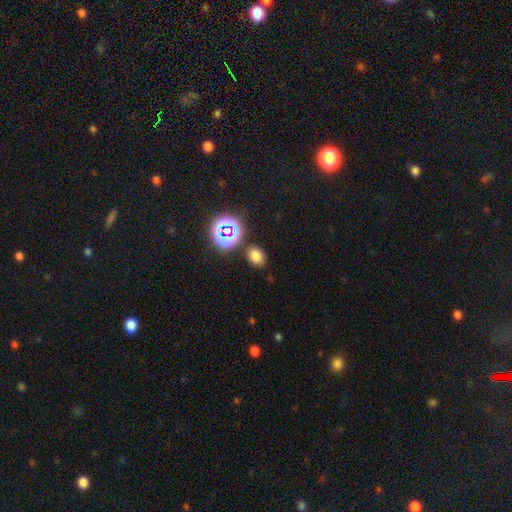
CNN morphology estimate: A smooth galaxy with no disk features (73%) that is in between round and cigar-shaped (69%).

Vote fractions:
- Smooth or featured? smooth: 73% / star or artifact: 21% / featured or disk: 6%
- How rounded? in between: 69% / round: 30% / cigar-shaped: 1%
- Merging? none: 83% / minor disturbance: 10% / merger: 4% / major disturbance: 3%